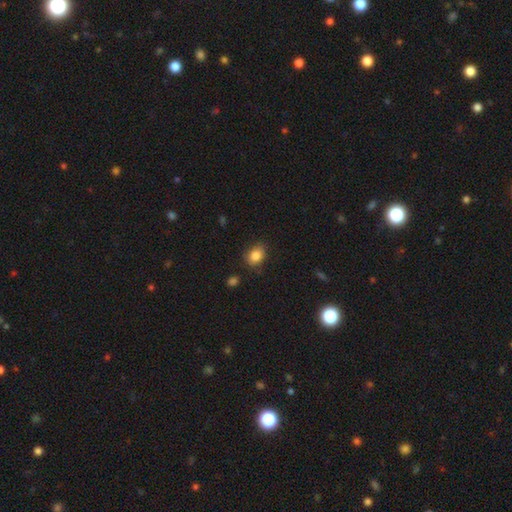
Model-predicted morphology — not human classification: Smooth or featured?
  - smooth: 85% *
  - star or artifact: 9%
  - featured or disk: 5%
How rounded?
  - in between: 58% *
  - round: 40%
  - cigar-shaped: 1%
Merging?
  - none: 81% *
  - minor disturbance: 14%
  - major disturbance: 3%
  - merger: 2%